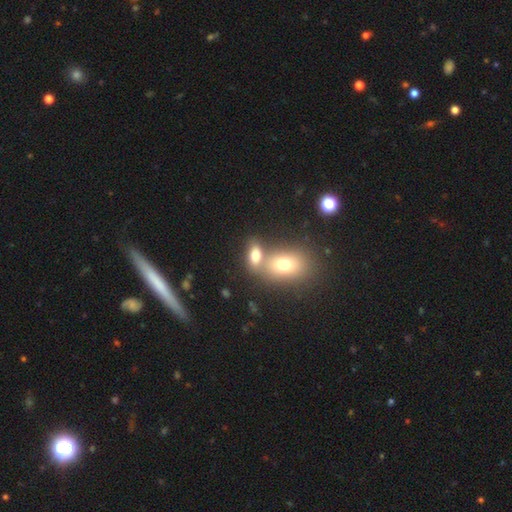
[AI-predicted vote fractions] Smooth or featured?
  - smooth: 74% *
  - featured or disk: 15%
  - star or artifact: 11%
How rounded?
  - in between: 82% *
  - round: 14%
  - cigar-shaped: 4%
Merging?
  - merger: 48% *
  - none: 38%
  - minor disturbance: 9%
  - major disturbance: 5%